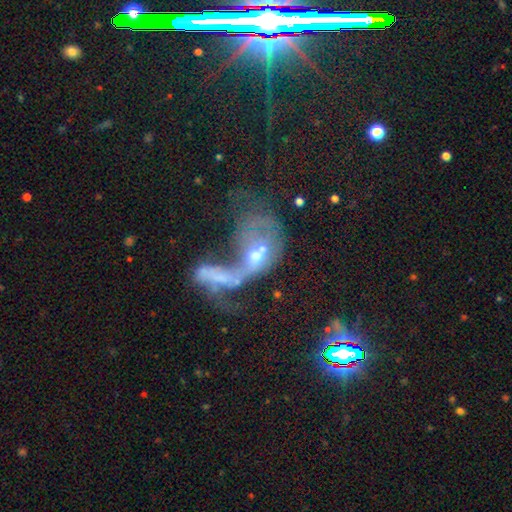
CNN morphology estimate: smooth_or_featured: featured or disk (p=0.61) [alt: smooth p=0.26]
disk_edge_on: no (p=0.94) [alt: yes p=0.06]
bar: no (p=0.74) [alt: weak p=0.19]
has_spiral_arms: no (p=0.69) [alt: yes p=0.31]
bulge_size: moderate (p=0.48) [alt: small p=0.26]
merging: merger (p=0.58) [alt: major disturbance p=0.30]